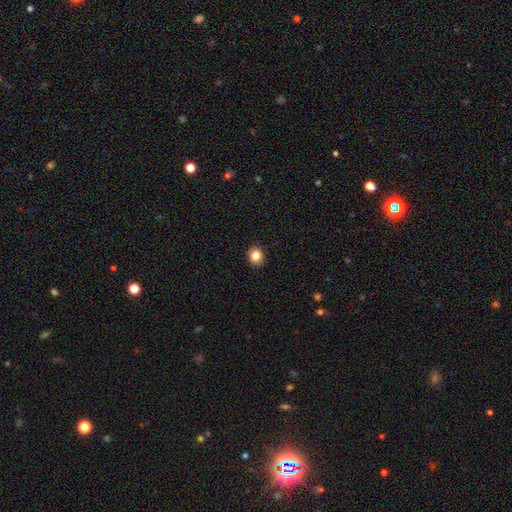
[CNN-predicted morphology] Smooth or featured? Predicted: smooth (p=0.83). How rounded? Predicted: round (p=0.77). Merging? Predicted: none (p=0.92).